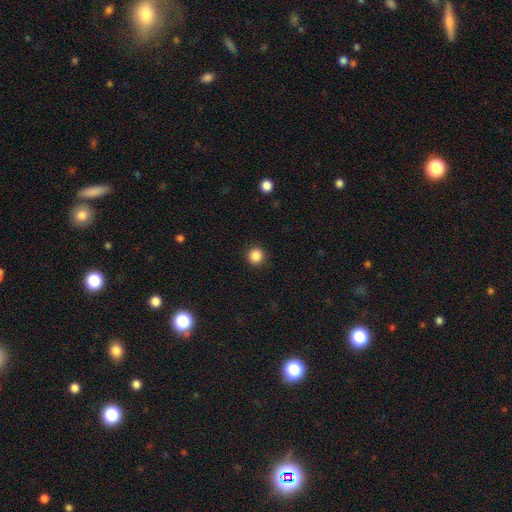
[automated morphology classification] smooth_or_featured: smooth (p=0.87) [alt: star or artifact p=0.10]
how_rounded: round (p=0.95) [alt: in between p=0.04]
merging: none (p=0.93) [alt: minor disturbance p=0.05]